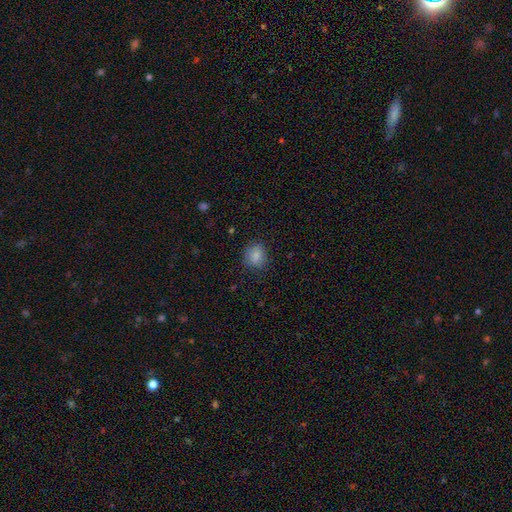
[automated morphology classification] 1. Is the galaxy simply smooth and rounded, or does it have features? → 86% smooth, 9% star or artifact, 5% featured or disk.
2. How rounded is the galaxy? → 68% round, 31% in between, 1% cigar-shaped.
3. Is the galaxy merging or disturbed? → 81% none, 14% minor disturbance, 4% major disturbance, 1% merger.